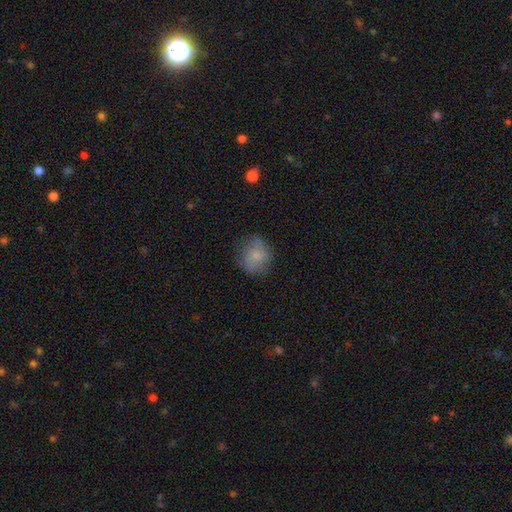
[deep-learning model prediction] This appears to be a smooth galaxy with no disk features (73%) that is round (81%). Merging: none (74%).